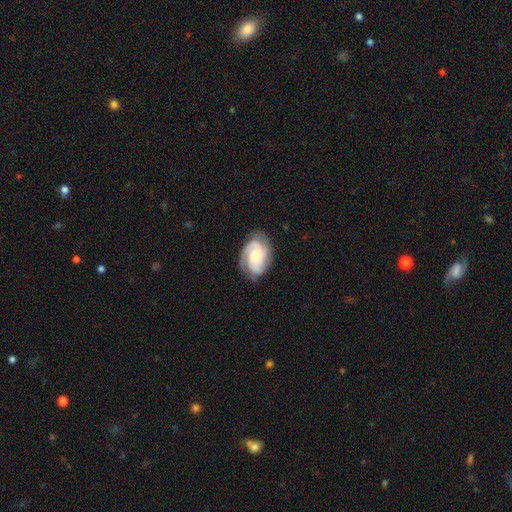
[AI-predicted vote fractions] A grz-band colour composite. It shows a featured or disk galaxy (79%) with no bar (67%), 2 (46%) tight (51%) spiral arms (96%) and a moderate central bulge (47%). Merging: none (73%).